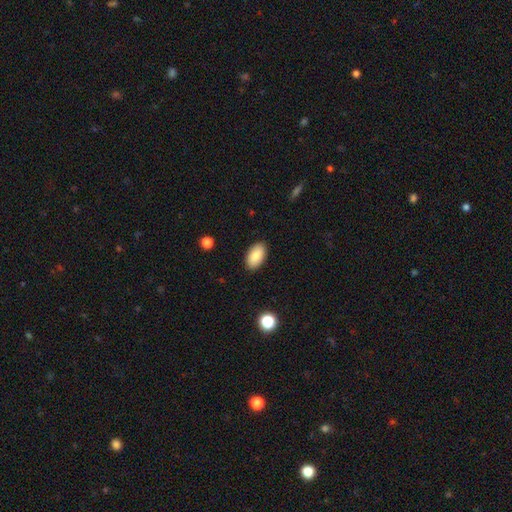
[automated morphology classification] Smooth or featured? smooth (84%)
How rounded? in between (95%)
Merging? none (88%)